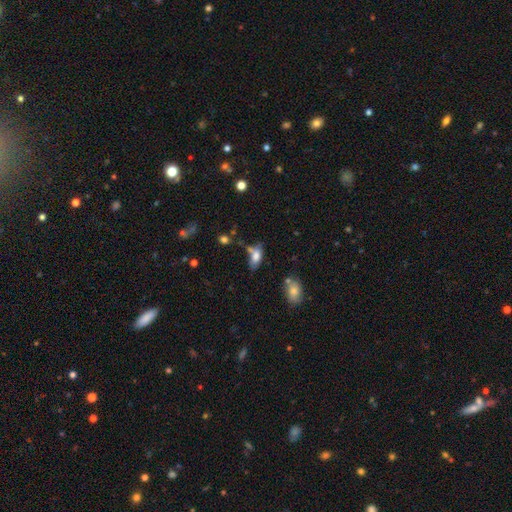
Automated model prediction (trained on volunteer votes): Smooth or featured? Predicted: smooth (p=0.73). How rounded? Predicted: in between (p=0.85). Merging? Predicted: none (p=0.43).